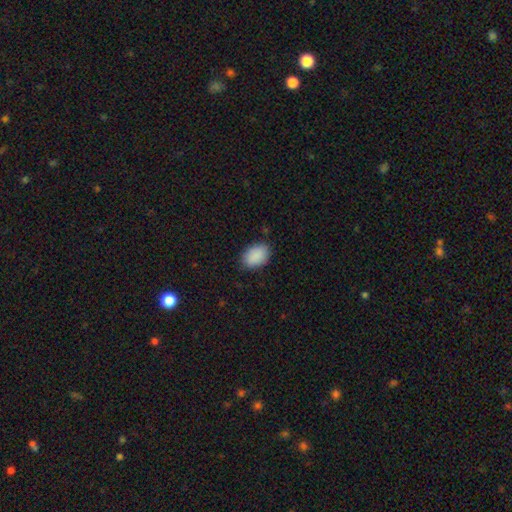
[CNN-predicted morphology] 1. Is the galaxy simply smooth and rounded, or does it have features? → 90% smooth, 7% star or artifact, 3% featured or disk.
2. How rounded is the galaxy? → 87% in between, 12% round, 1% cigar-shaped.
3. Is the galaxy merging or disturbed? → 84% none, 12% minor disturbance, 3% major disturbance, 1% merger.